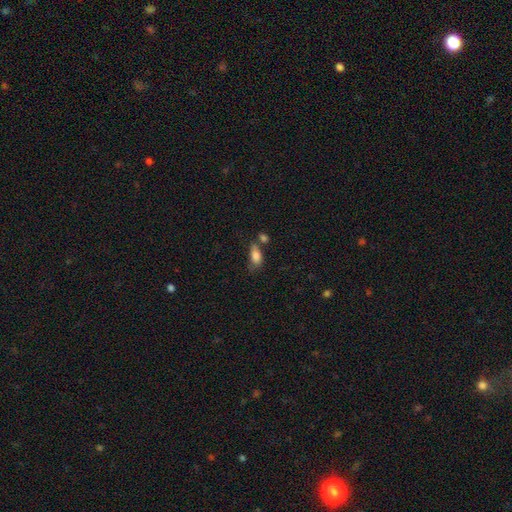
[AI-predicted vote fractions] The model was most divided on "merging": none: 40%, merger: 26%, minor disturbance: 23%, major disturbance: 11%. More confident: how rounded — in between (88%); smooth or featured — smooth (82%).